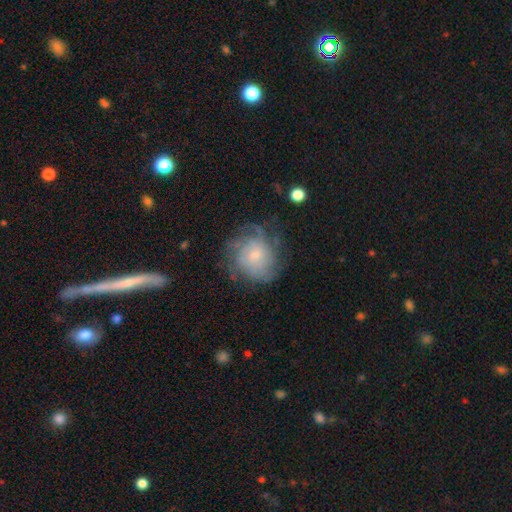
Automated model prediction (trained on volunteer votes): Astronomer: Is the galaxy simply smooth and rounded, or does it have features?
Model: featured or disk — 60%.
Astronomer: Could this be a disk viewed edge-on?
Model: no — 98%.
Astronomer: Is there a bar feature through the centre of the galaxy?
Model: no — 73%.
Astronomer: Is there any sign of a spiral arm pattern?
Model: yes — 83%.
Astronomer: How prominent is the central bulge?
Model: small — 55% (runner-up: moderate, 34%).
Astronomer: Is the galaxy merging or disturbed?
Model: none — 64%.